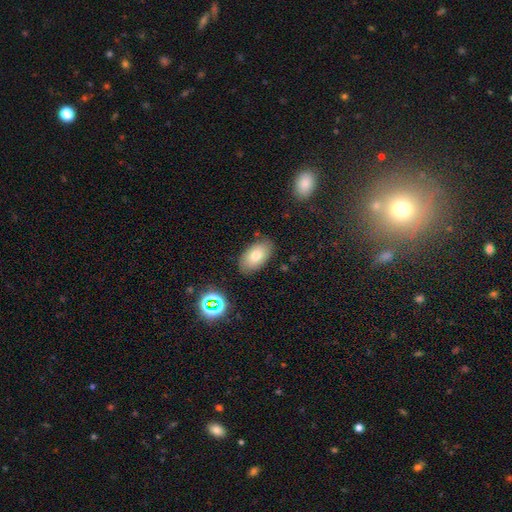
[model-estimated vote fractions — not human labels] Smooth or featured: smooth — 76% (featured or disk — 14%)
How rounded: in between — 93% (round — 5%)
Merging: none — 81% (minor disturbance — 13%)